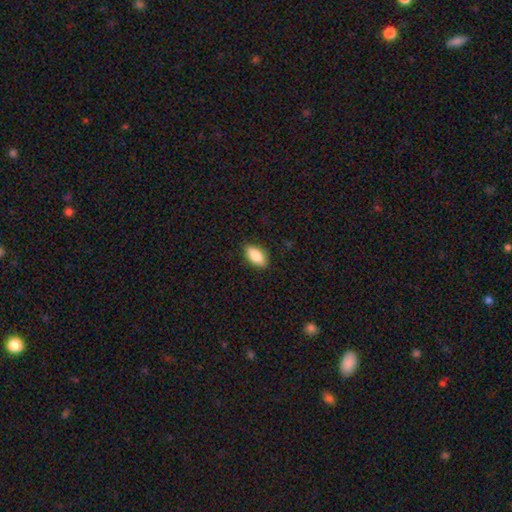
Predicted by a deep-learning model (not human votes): smooth_or_featured: smooth (p=0.86) [alt: featured or disk p=0.07]
how_rounded: in between (p=0.91) [alt: cigar-shaped p=0.07]
merging: none (p=0.88) [alt: minor disturbance p=0.09]